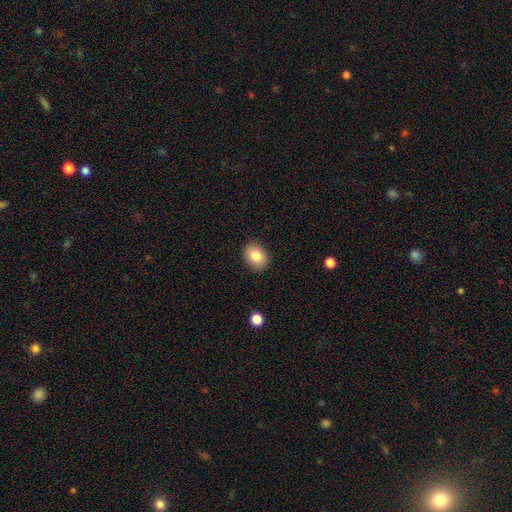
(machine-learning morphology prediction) smooth_or_featured: smooth (p=0.83) [alt: star or artifact p=0.08]
how_rounded: in between (p=0.59) [alt: round p=0.40]
merging: none (p=0.89) [alt: minor disturbance p=0.08]